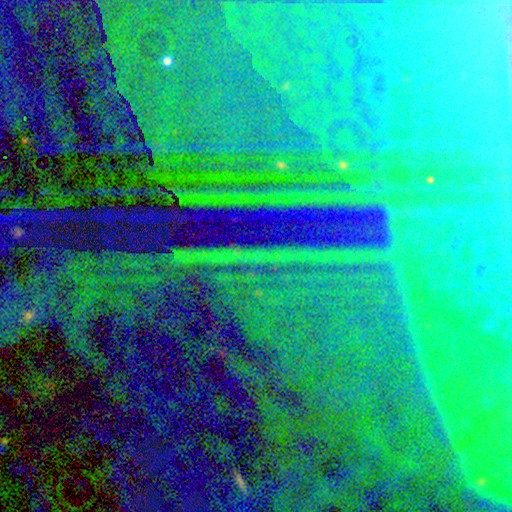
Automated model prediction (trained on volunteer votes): A star or artifact, not a galaxy (87%).

Vote fractions:
- Smooth or featured? star or artifact: 87% / featured or disk: 7% / smooth: 5%